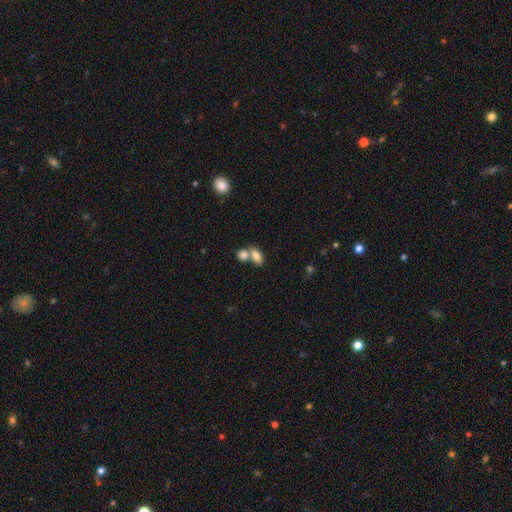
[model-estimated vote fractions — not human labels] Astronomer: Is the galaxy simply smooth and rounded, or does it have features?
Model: smooth — 82%.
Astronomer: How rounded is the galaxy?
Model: in between — 83%.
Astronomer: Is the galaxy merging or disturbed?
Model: merger — 54% (runner-up: none, 35%).